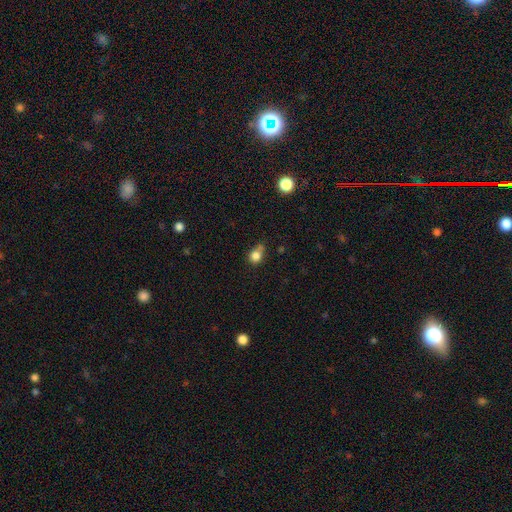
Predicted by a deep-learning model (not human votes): Smooth or featured? smooth (82%)
How rounded? round (67%)
Merging? none (50%)